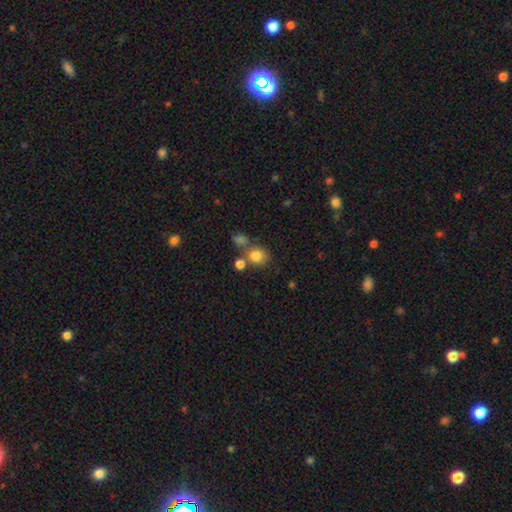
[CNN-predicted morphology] This appears to be a smooth galaxy with no disk features (81%) that is round (75%). Merging: none (57%).